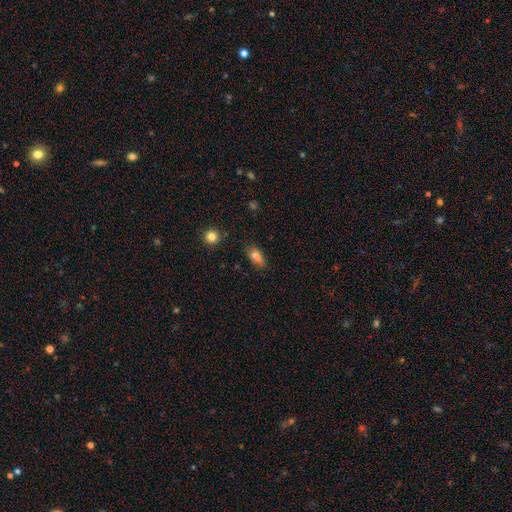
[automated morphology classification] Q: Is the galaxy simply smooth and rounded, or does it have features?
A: smooth — 74%.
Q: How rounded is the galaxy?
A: in between — 80%.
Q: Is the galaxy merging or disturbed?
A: none — 65%.